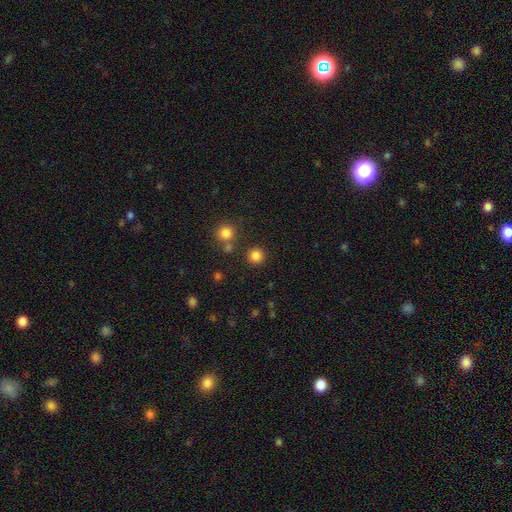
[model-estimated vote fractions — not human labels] Smooth or featured?
  - smooth: 83% *
  - star or artifact: 13%
  - featured or disk: 4%
How rounded?
  - round: 95% *
  - in between: 4%
  - cigar-shaped: 1%
Merging?
  - none: 87% *
  - minor disturbance: 6%
  - merger: 5%
  - major disturbance: 3%